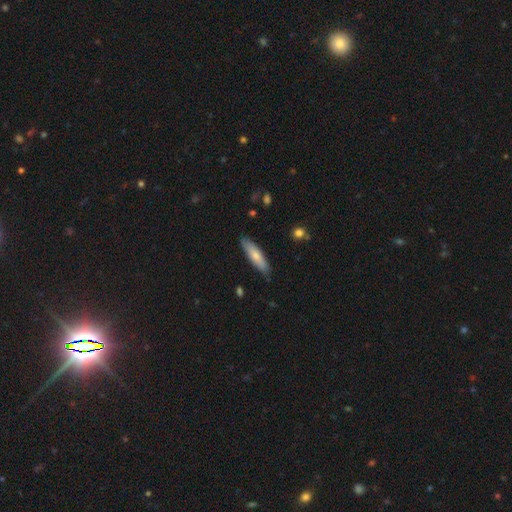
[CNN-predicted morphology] The model was most divided on "how rounded": cigar-shaped: 67%, in between: 32%, round: 2%. More confident: merging — none (85%); smooth or featured — smooth (73%).